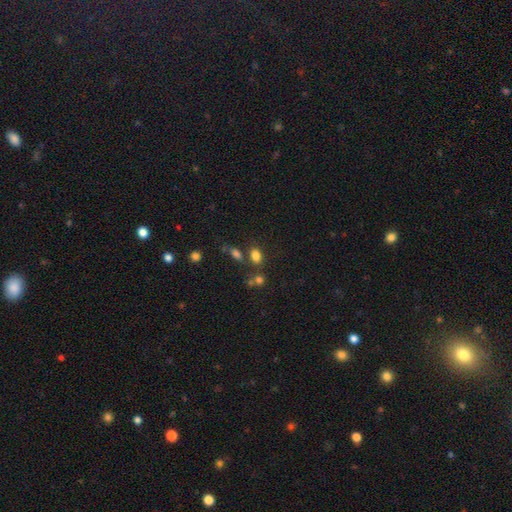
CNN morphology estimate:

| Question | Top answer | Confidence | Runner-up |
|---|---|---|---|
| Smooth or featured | smooth | 80% | star or artifact (14%) |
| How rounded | in between | 77% | round (21%) |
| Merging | none | 65% | merger (17%) |